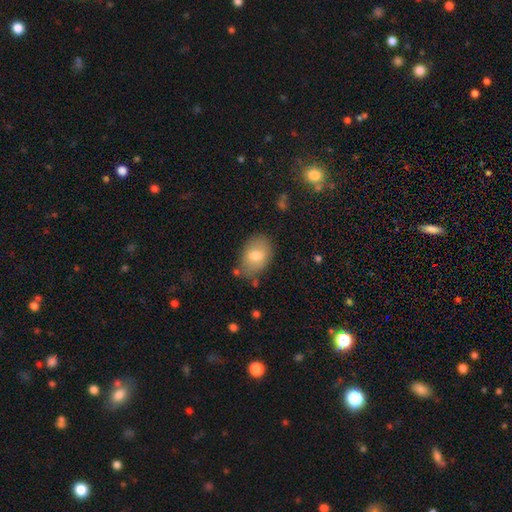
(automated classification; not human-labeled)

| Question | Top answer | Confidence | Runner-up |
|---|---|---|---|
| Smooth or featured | smooth | 74% | featured or disk (18%) |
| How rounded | in between | 78% | round (21%) |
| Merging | none | 69% | minor disturbance (21%) |